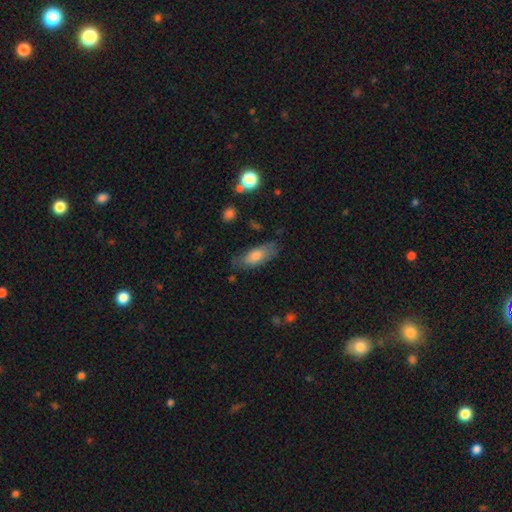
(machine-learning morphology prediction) Smooth or featured?
  - smooth: 68% *
  - featured or disk: 25%
  - star or artifact: 7%
How rounded?
  - in between: 77% *
  - cigar-shaped: 20%
  - round: 3%
Merging?
  - none: 70% *
  - minor disturbance: 22%
  - major disturbance: 6%
  - merger: 2%